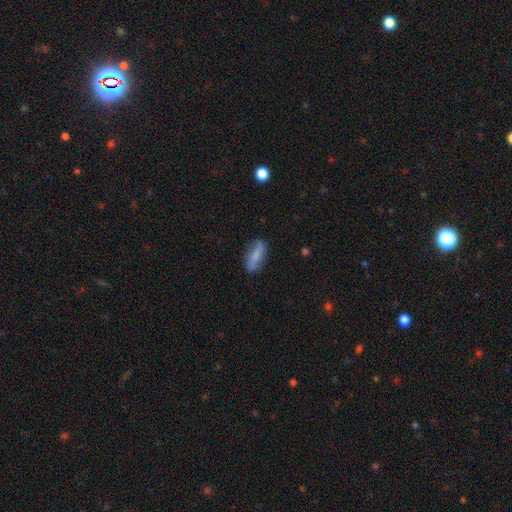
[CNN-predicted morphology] Smooth or featured? smooth (68%)
How rounded? in between (64%)
Merging? none (78%)